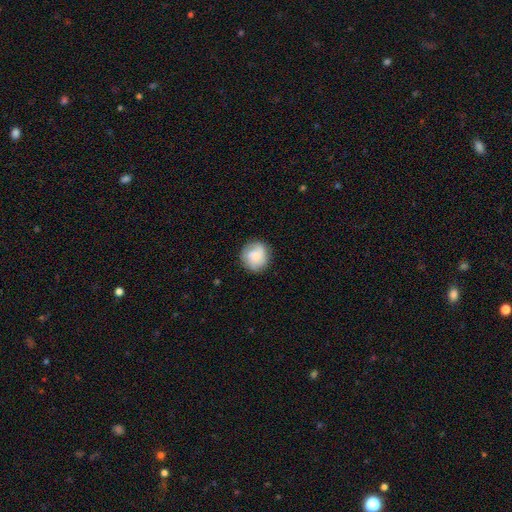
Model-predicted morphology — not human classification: Smooth or featured? smooth (62%)
How rounded? round (89%)
Merging? none (83%)